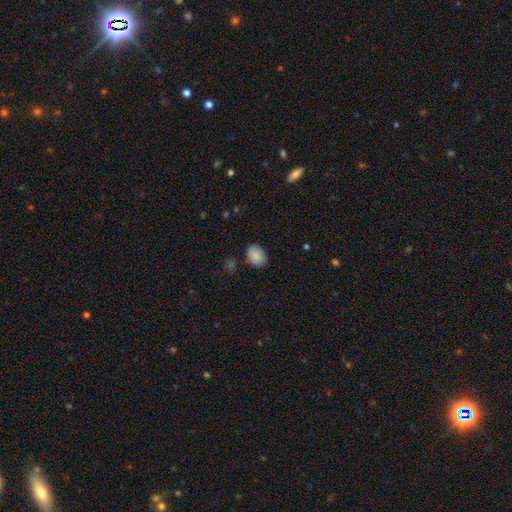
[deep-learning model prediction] smooth_or_featured: smooth (p=0.88) [alt: star or artifact p=0.07]
how_rounded: in between (p=0.70) [alt: round p=0.29]
merging: none (p=0.79) [alt: minor disturbance p=0.15]